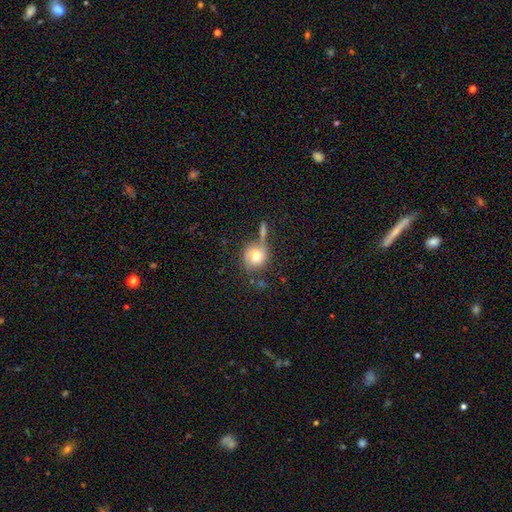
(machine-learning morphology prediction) This is likely a smooth galaxy (68%). How rounded: clearly round (84%). Merging: possibly none (51%).